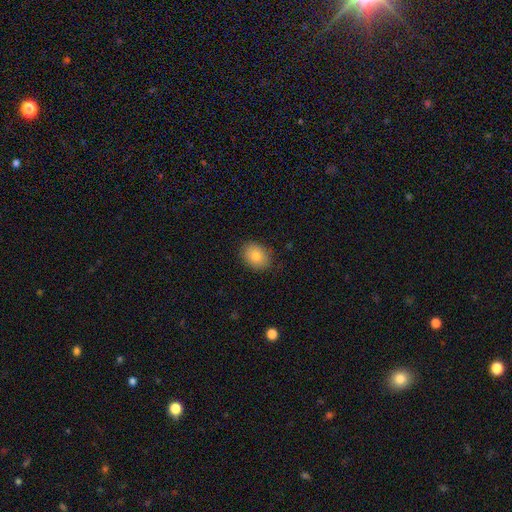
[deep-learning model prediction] Smooth or featured? Predicted: smooth (p=0.81). How rounded? Predicted: in between (p=0.59). Merging? Predicted: none (p=0.86).